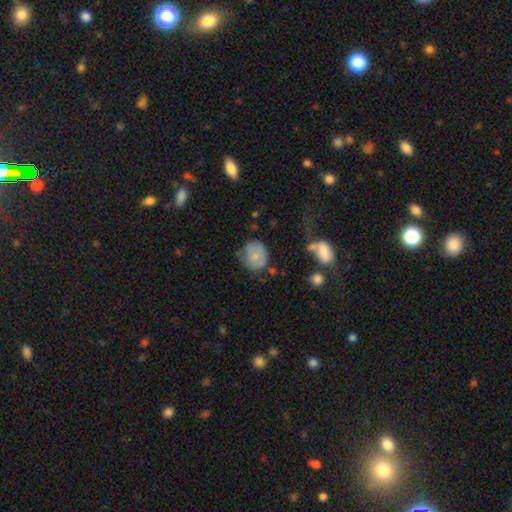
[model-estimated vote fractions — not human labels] smooth-or-featured: smooth: 75% | featured or disk: 17% | star or artifact: 8%
  how-rounded: round: 71% | in between: 28% | cigar-shaped: 1%
  merging: none: 50% | minor disturbance: 31% | major disturbance: 13% | merger: 5%